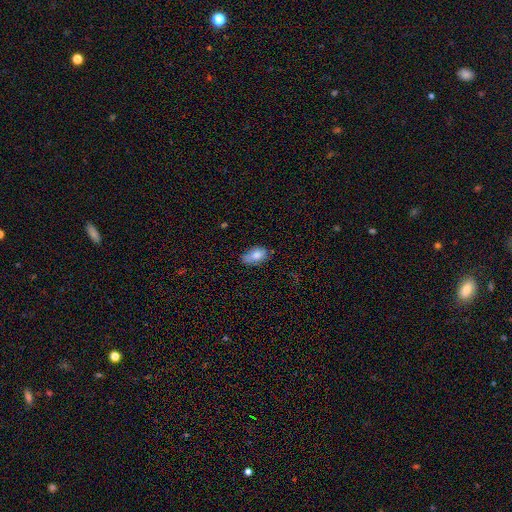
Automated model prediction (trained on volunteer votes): A smooth galaxy with no disk features (79%) that is in between round and cigar-shaped (89%). Merging: none (51%).